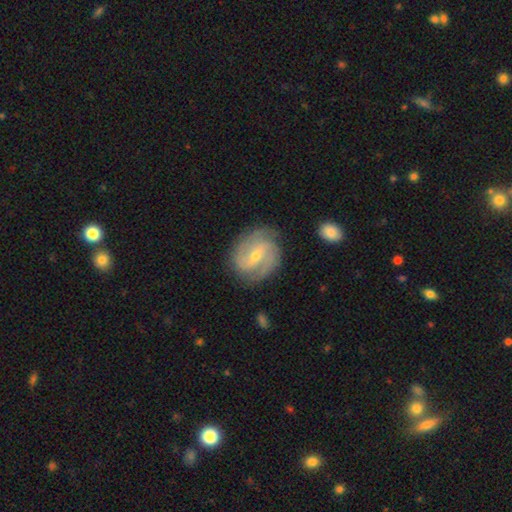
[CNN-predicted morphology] This is clearly a featured or disk galaxy (84%). It is clearly not viewed edge-on (97%). Bar: possibly weak (49%). Spiral arm pattern: clearly yes (95%). Spiral arm count: possibly 2 (60%). Spiral winding: possibly medium (45%). Central bulge: possibly small (60%). Merging: likely none (80%).